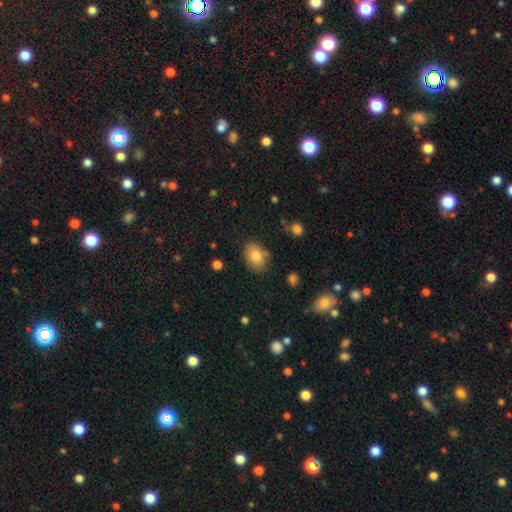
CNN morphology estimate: Smooth or featured: smooth — 81% (featured or disk — 11%)
How rounded: in between — 81% (round — 18%)
Merging: none — 77% (minor disturbance — 16%)